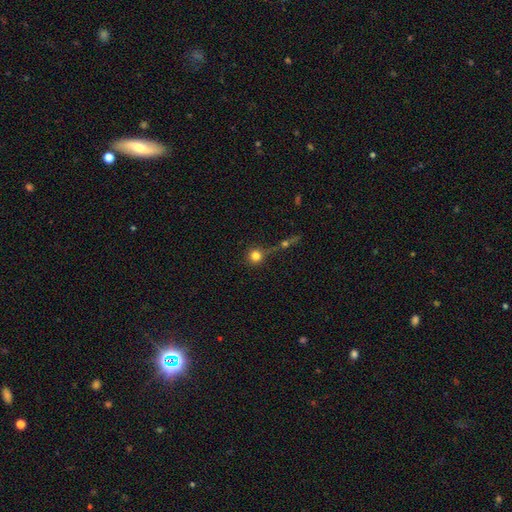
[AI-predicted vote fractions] smooth_or_featured: smooth (p=0.78) [alt: star or artifact p=0.13]
how_rounded: round (p=0.93) [alt: in between p=0.05]
merging: none (p=0.62) [alt: merger p=0.20]